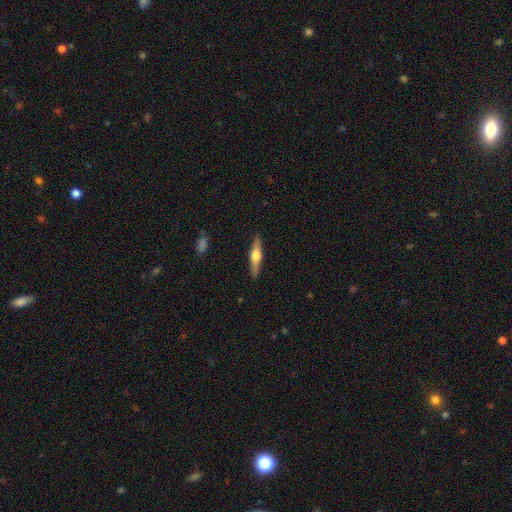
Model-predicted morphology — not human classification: Smooth or featured? featured or disk (63%)
Edge-on disk? yes (97%)
Edge-on bulge? rounded (91%)
Merging? none (90%)